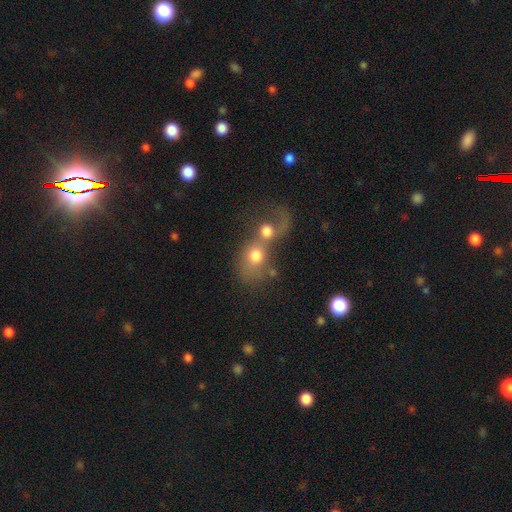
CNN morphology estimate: This appears to be a smooth galaxy with no disk features (63%) that is round (58%). Merging: merger (75%).